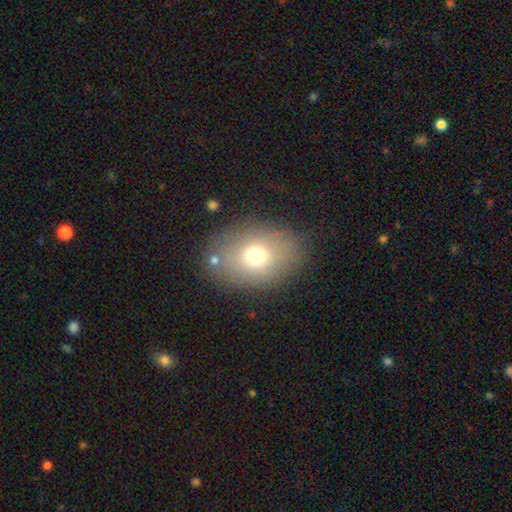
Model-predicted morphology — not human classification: Overall: smooth (70%). How rounded: in between (67%; round 32%). Merging: none (80%).